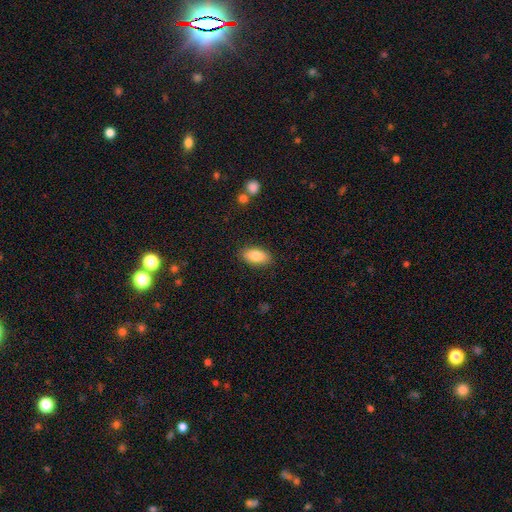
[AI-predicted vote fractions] smooth 83%, featured or disk 10%, star or artifact 7%. Down the decision tree: how rounded — in between (90%); merging — none (87%).